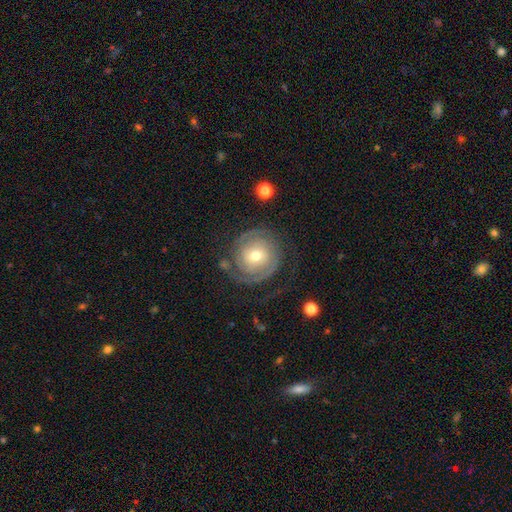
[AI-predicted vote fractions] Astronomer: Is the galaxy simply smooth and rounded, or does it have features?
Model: featured or disk — 84%.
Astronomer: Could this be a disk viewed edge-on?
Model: no — 98%.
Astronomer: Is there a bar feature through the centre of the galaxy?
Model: no — 68%.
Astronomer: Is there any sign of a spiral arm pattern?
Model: yes — 95%.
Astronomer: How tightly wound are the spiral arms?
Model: tight — 70%.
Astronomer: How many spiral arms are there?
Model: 2 — 68%.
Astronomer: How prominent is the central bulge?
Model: moderate — 52% (runner-up: small, 43%).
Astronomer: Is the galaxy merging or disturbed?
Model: none — 73%.